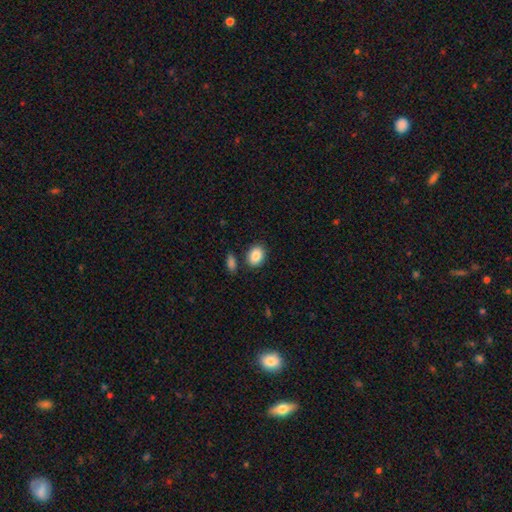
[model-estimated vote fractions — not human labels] Smooth or featured? smooth (87%)
How rounded? in between (63%)
Merging? none (80%)